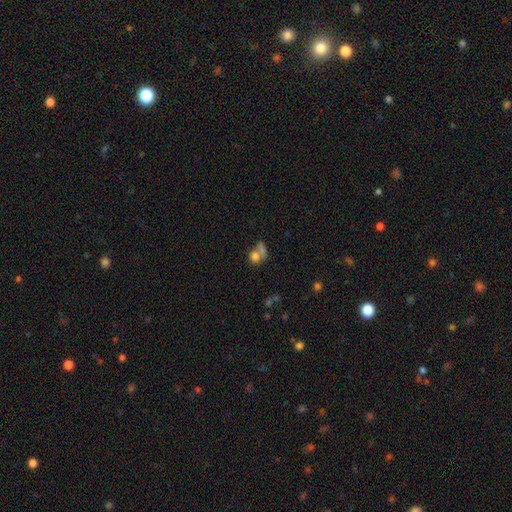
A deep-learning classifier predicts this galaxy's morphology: type=smooth (73%); roundness=round (61%); merging=merger (48%).